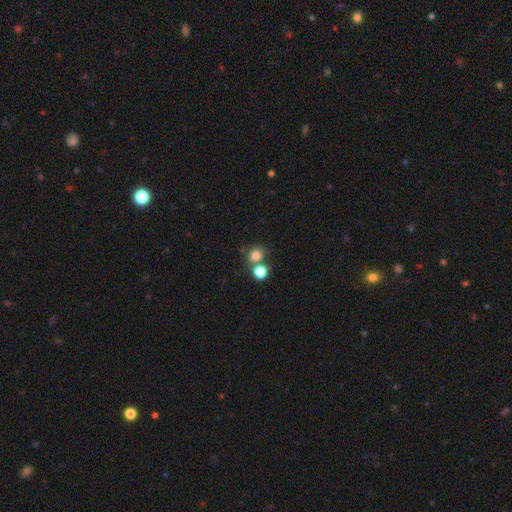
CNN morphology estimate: The model was most divided on "merging": none: 60%, merger: 28%, minor disturbance: 8%, major disturbance: 4%. More confident: how rounded — round (81%); smooth or featured — smooth (80%).